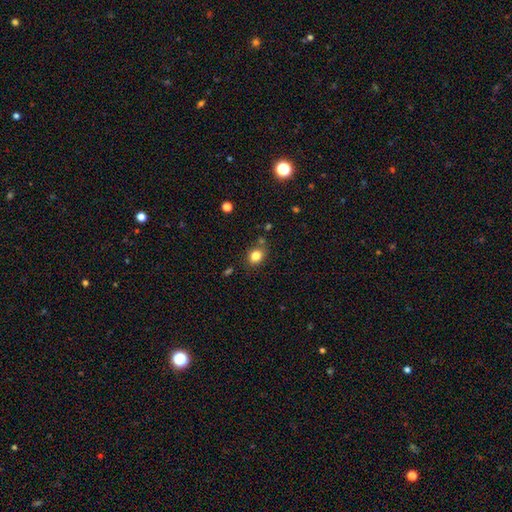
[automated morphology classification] This is clearly a smooth galaxy (82%). How rounded: possibly round (52%). Merging: likely none (76%).